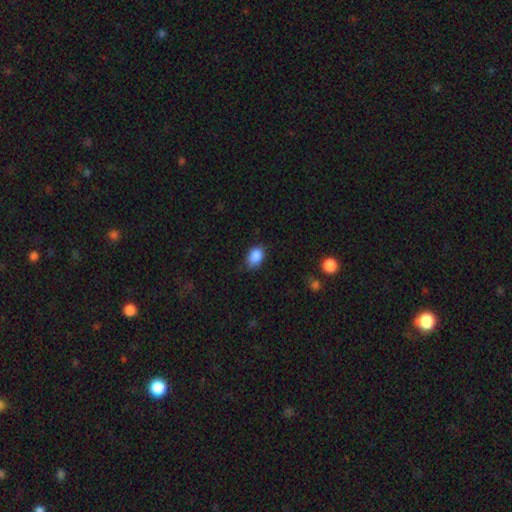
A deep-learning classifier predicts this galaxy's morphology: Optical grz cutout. It shows a smooth galaxy with no disk features (87%) that is in between round and cigar-shaped (73%). Merging: none (69%).